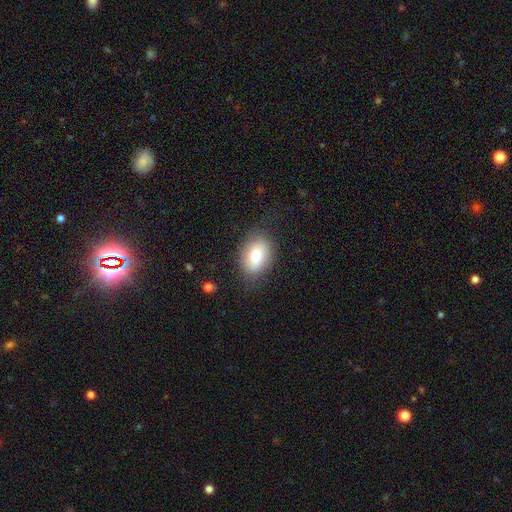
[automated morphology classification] This is likely a smooth galaxy (76%). How rounded: likely in between (77%). Merging: likely none (76%).